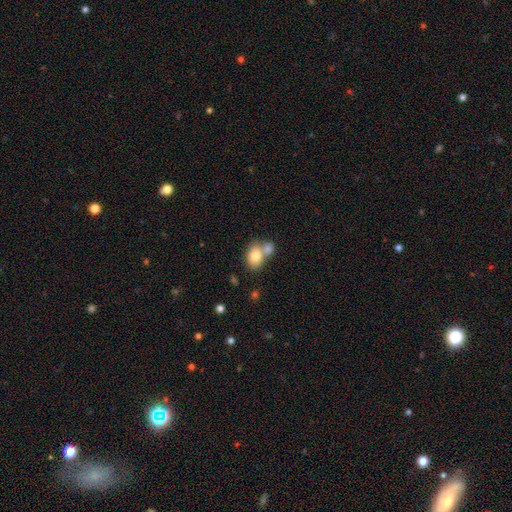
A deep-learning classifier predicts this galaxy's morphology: Smooth or featured?
  - smooth: 78% *
  - featured or disk: 14%
  - star or artifact: 9%
How rounded?
  - in between: 65% *
  - round: 34%
  - cigar-shaped: 1%
Merging?
  - merger: 49% *
  - none: 38%
  - minor disturbance: 10%
  - major disturbance: 3%